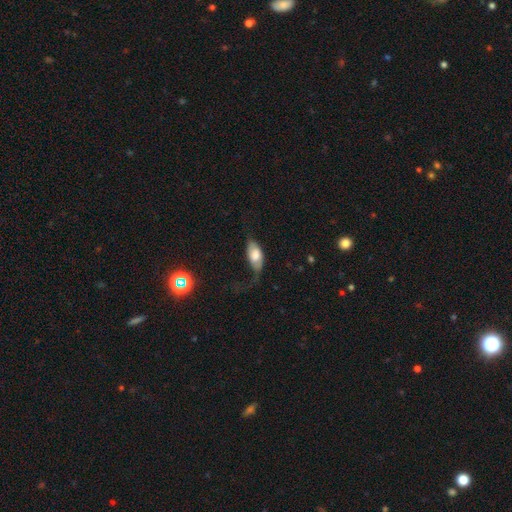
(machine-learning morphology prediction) A smooth galaxy with no disk features (65%) that is in between round and cigar-shaped (90%).

Vote fractions:
- Smooth or featured? smooth: 65% / featured or disk: 28% / star or artifact: 7%
- How rounded? in between: 90% / cigar-shaped: 6% / round: 4%
- Merging? none: 35% / major disturbance: 33% / minor disturbance: 29% / merger: 3%